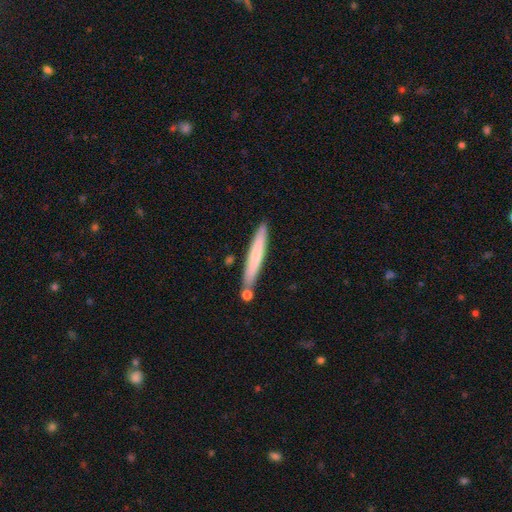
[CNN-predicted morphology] This appears to be a smooth galaxy with no disk features (64%) that is cigar-shaped (95%). Merging: none (82%).